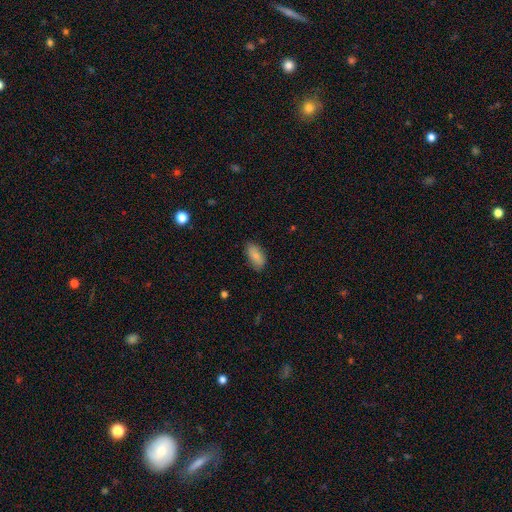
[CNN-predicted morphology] Smooth or featured?
  - smooth: 83% *
  - featured or disk: 10%
  - star or artifact: 7%
How rounded?
  - in between: 90% *
  - cigar-shaped: 7%
  - round: 3%
Merging?
  - none: 81% *
  - minor disturbance: 15%
  - major disturbance: 3%
  - merger: 1%